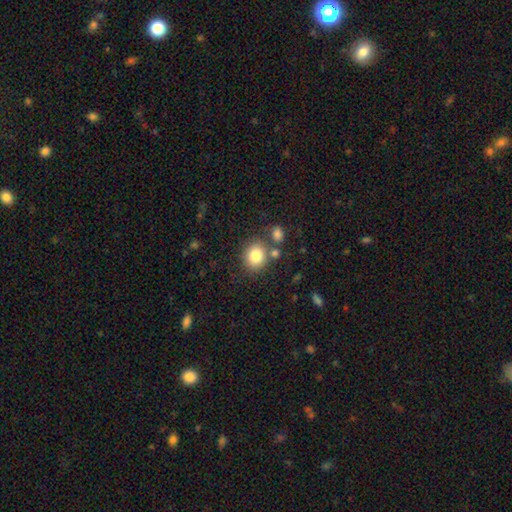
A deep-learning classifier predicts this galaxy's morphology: smooth 82%, star or artifact 10%, featured or disk 8%. Down the decision tree: how rounded — round (70%); merging — none (71%).